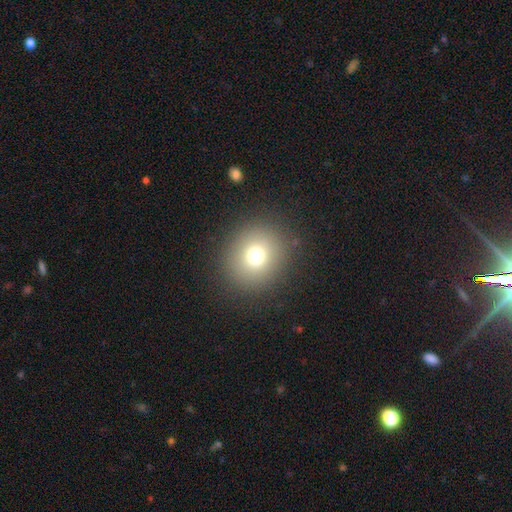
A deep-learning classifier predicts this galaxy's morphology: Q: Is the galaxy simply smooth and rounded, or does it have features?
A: smooth — 72%.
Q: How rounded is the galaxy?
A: round — 82%.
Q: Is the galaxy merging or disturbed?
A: none — 88%.